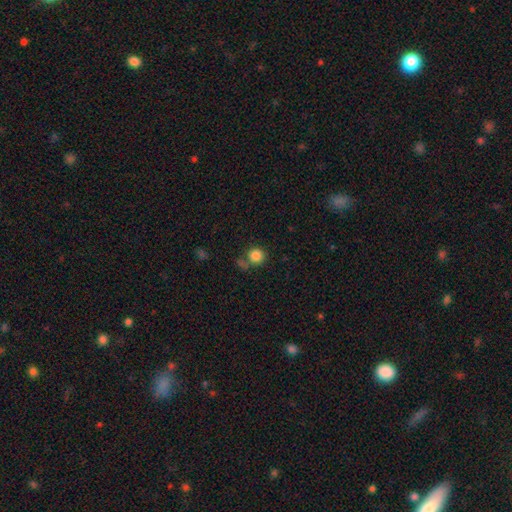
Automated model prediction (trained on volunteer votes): Smooth or featured?
  - smooth: 84% *
  - star or artifact: 10%
  - featured or disk: 5%
How rounded?
  - round: 91% *
  - in between: 8%
  - cigar-shaped: 1%
Merging?
  - none: 68% *
  - merger: 15%
  - minor disturbance: 12%
  - major disturbance: 5%